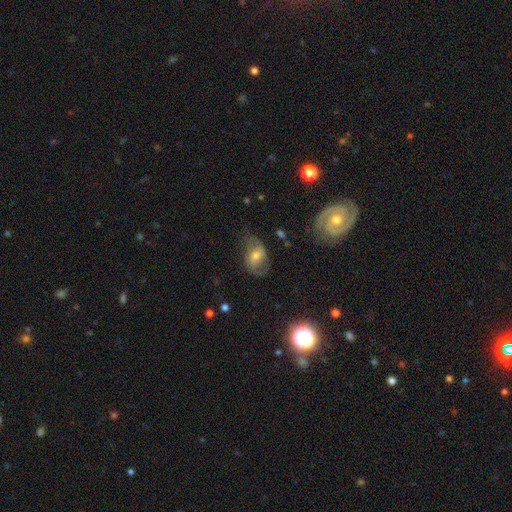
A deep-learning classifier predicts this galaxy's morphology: Smooth or featured: featured or disk — 55% (smooth — 36%)
Edge-on disk: no — 95% (yes — 5%)
Bar: weak — 41% (tied with no — 41%)
Spiral arms: yes — 77% (no — 23%)
Bulge size: moderate — 49% (small — 41%)
Merging: none — 51% (minor disturbance — 25%)